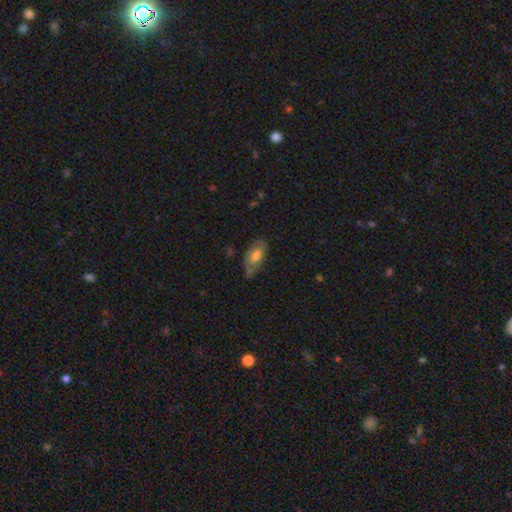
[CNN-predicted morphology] Overall: smooth (50%; featured or disk 43%). How rounded: in between (89%). Merging: none (55%; minor disturbance 31%).